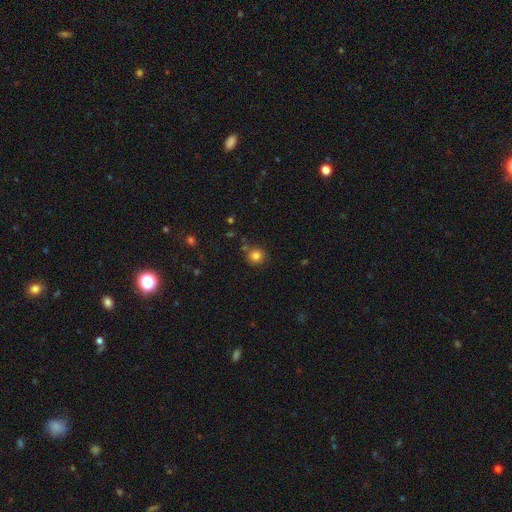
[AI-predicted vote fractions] Smooth or featured? Predicted: smooth (p=0.82). How rounded? Predicted: round (p=0.92). Merging? Predicted: none (p=0.81).